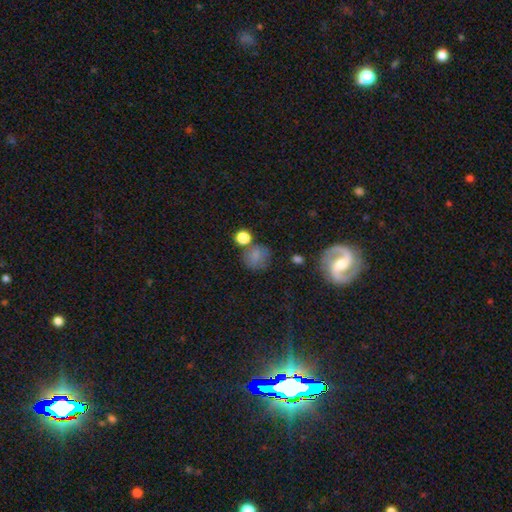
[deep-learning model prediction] Smooth or featured?
  - smooth: 74% *
  - star or artifact: 16%
  - featured or disk: 11%
How rounded?
  - round: 76% *
  - in between: 23%
  - cigar-shaped: 1%
Merging?
  - none: 59% *
  - minor disturbance: 18%
  - merger: 13%
  - major disturbance: 10%